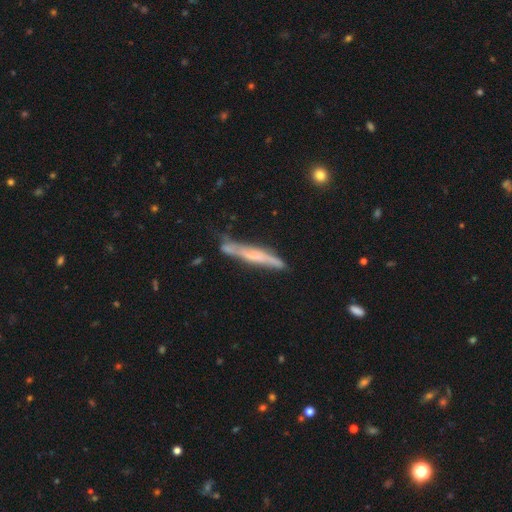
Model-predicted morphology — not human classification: A featured or disk galaxy (57%) viewed edge-on (88%). Merging: none (63%).